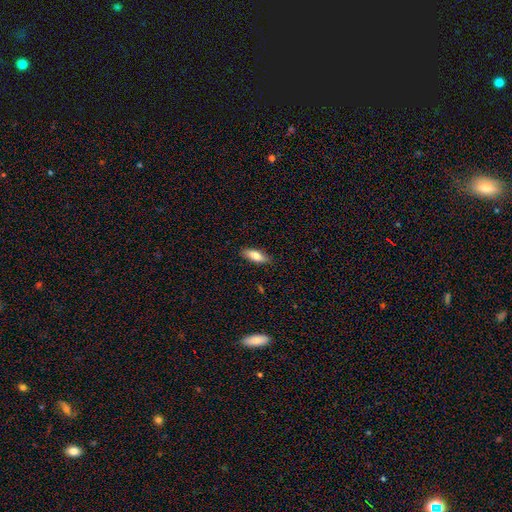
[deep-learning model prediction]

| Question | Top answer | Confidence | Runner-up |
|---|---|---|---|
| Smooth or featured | smooth | 77% | featured or disk (17%) |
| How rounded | in between | 71% | cigar-shaped (27%) |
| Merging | none | 87% | minor disturbance (10%) |